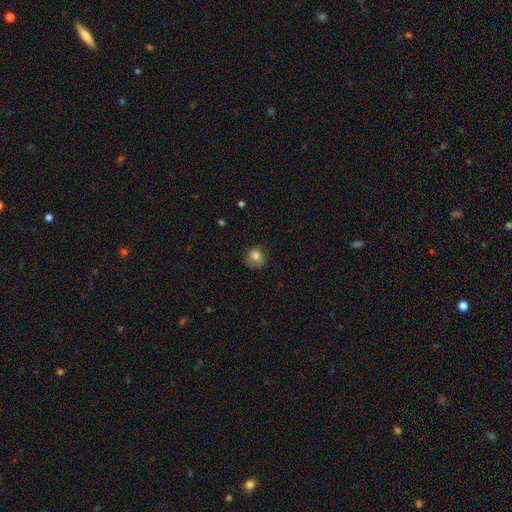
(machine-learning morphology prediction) Overall: smooth (82%). How rounded: round (77%). Merging: none (64%; minor disturbance 25%).